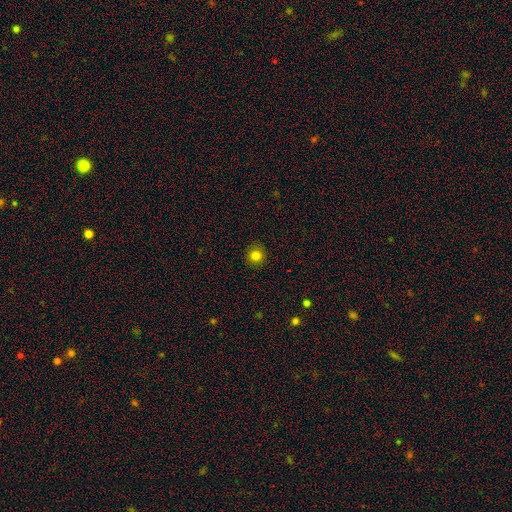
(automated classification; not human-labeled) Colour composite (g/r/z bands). It shows a smooth galaxy with no disk features (82%) that is round (93%). Merging: none (91%).